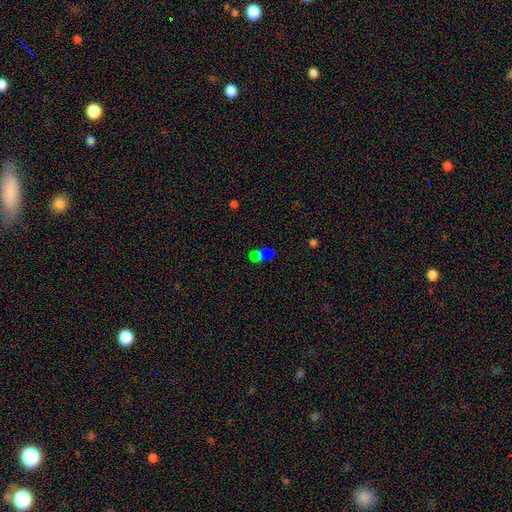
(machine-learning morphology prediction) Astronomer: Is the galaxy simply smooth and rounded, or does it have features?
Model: smooth — 68%.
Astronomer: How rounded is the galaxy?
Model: in between — 83%.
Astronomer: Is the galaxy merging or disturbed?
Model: none — 55%.